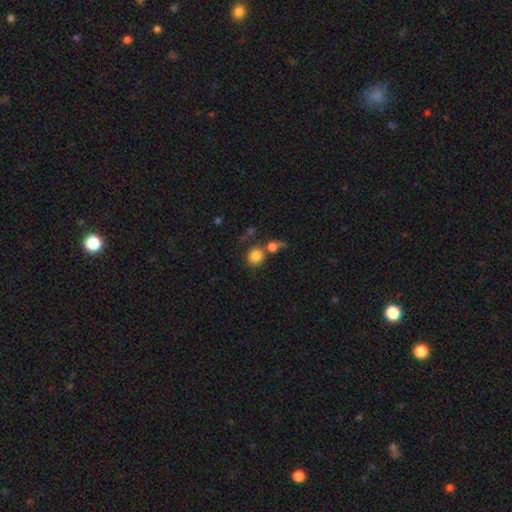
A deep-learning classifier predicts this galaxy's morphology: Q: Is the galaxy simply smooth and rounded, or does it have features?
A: smooth — 83%.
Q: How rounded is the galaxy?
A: round — 81%.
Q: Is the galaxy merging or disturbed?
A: none — 60%.